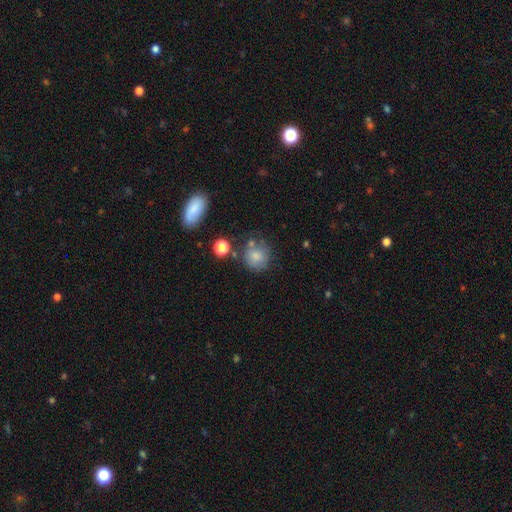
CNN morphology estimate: smooth 78%, featured or disk 11%, star or artifact 11%. Down the decision tree: how rounded — round (84%); merging — none (62%).